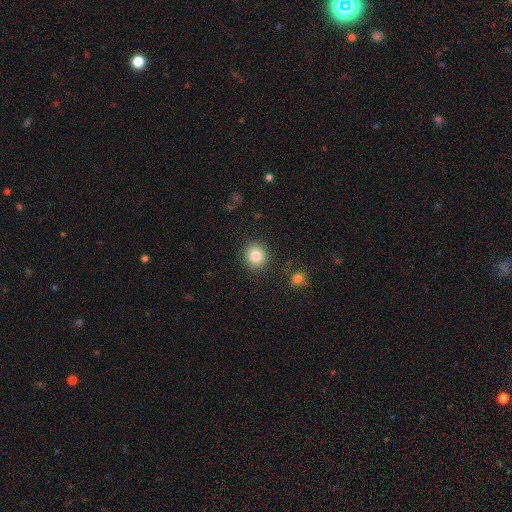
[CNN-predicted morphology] Smooth or featured? Predicted: smooth (p=0.83). How rounded? Predicted: round (p=0.89). Merging? Predicted: none (p=0.89).